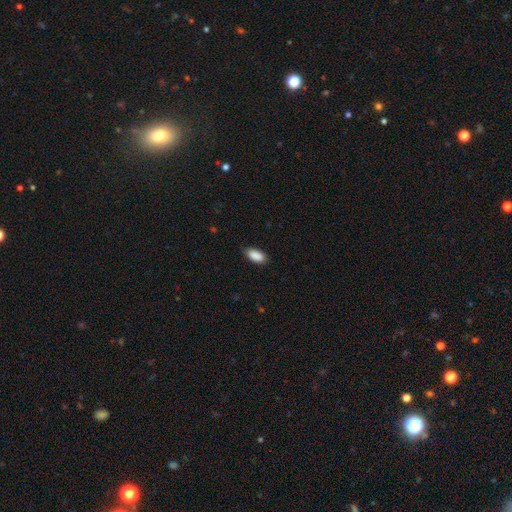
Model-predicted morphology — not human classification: This appears to be a smooth galaxy with no disk features (90%) that is in between round and cigar-shaped (92%). Merging: none (83%).